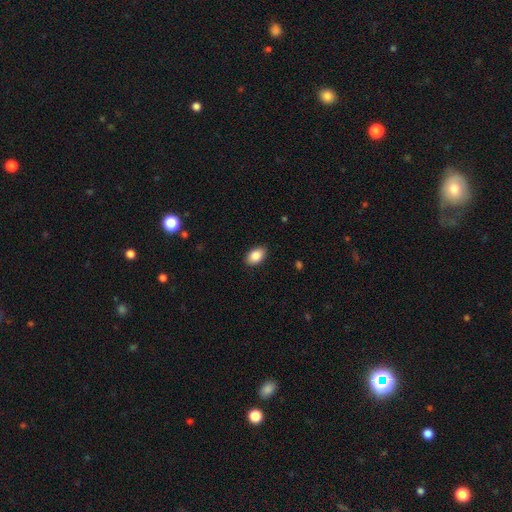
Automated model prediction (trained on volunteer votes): Smooth or featured? Predicted: smooth (p=0.87). How rounded? Predicted: in between (p=0.91). Merging? Predicted: none (p=0.88).